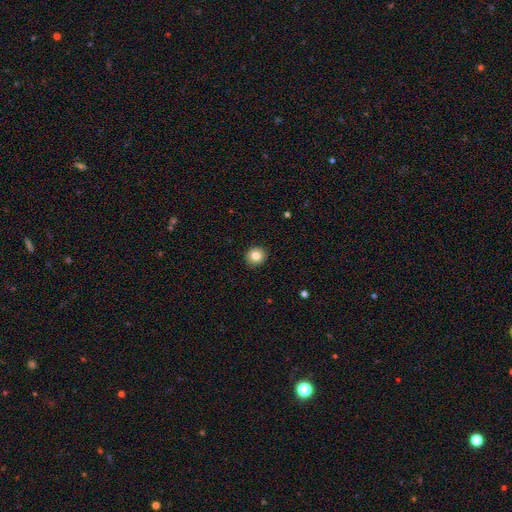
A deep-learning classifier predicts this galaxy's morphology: Smooth or featured: smooth — 84% (star or artifact — 9%)
How rounded: round — 88% (in between — 11%)
Merging: none — 92% (minor disturbance — 6%)